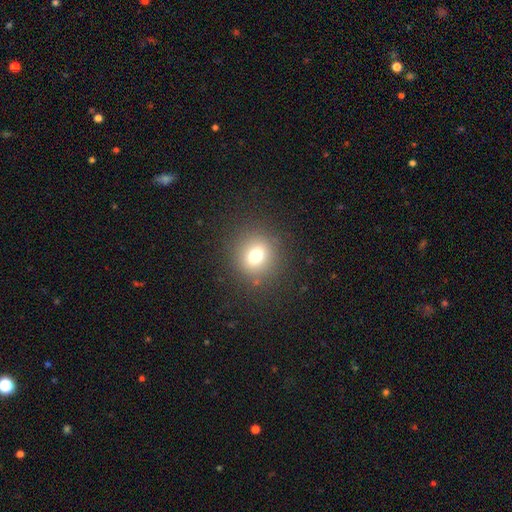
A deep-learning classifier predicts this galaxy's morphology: The model was most divided on "smooth or featured": smooth: 74%, star or artifact: 15%, featured or disk: 11%. More confident: merging — none (87%); how rounded — round (83%).